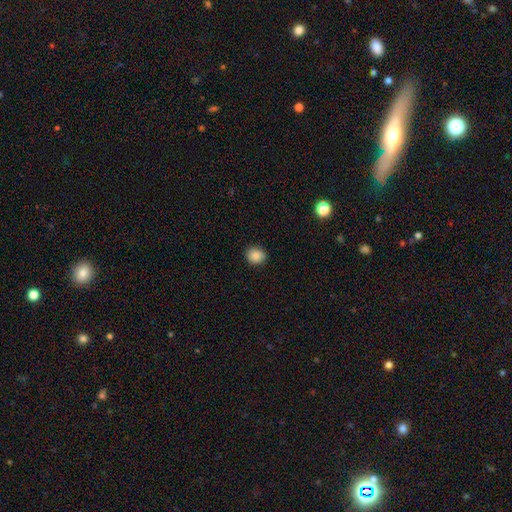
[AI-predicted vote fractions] Smooth or featured?
  - smooth: 87% *
  - star or artifact: 9%
  - featured or disk: 4%
How rounded?
  - round: 77% *
  - in between: 22%
  - cigar-shaped: 1%
Merging?
  - none: 90% *
  - minor disturbance: 7%
  - major disturbance: 2%
  - merger: 1%